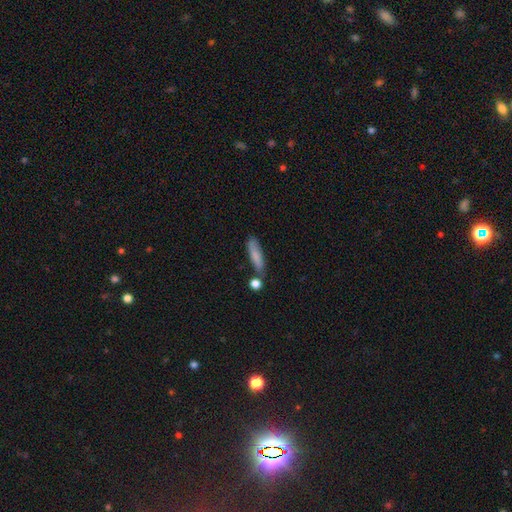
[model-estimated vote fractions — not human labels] smooth 79%, featured or disk 14%, star or artifact 7%. Down the decision tree: how rounded — cigar-shaped (69%); merging — none (65%).